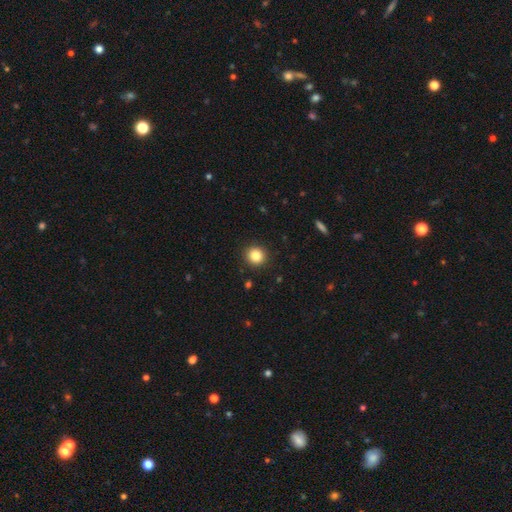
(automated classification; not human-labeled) Smooth or featured? Predicted: smooth (p=0.85). How rounded? Predicted: round (p=0.93). Merging? Predicted: none (p=0.92).